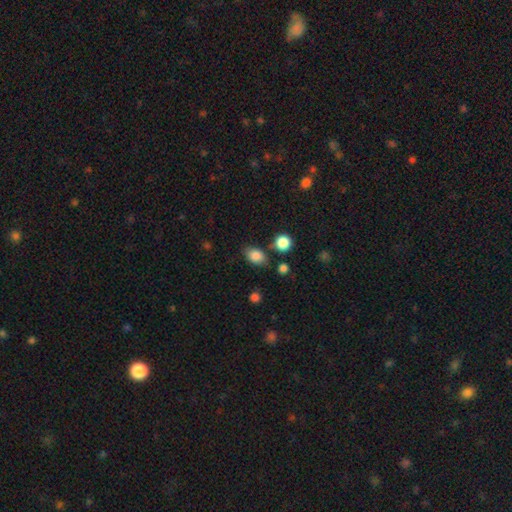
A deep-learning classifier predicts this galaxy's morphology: type=smooth (84%); roundness=in between (79%); merging=none (74%).